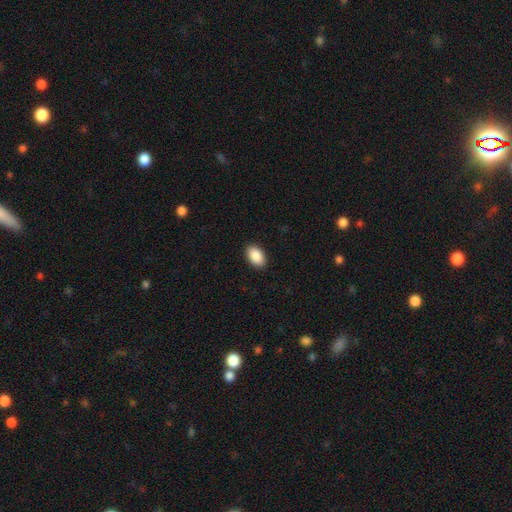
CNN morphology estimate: Q: Smooth or featured?
A: smooth (90%); runner-up: star or artifact (7%)
Q: How rounded?
A: in between (92%); runner-up: round (7%)
Q: Merging?
A: none (90%); runner-up: minor disturbance (7%)